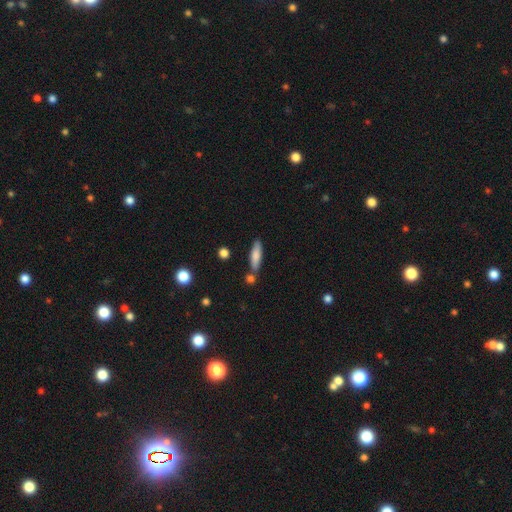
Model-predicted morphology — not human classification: smooth 77%, featured or disk 16%, star or artifact 7%. Down the decision tree: how rounded — cigar-shaped (67%); merging — none (73%).